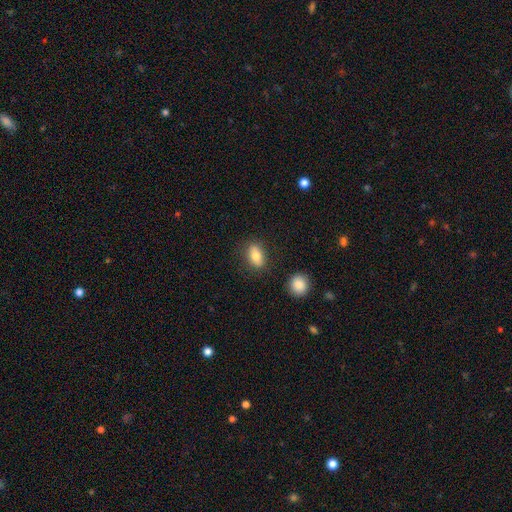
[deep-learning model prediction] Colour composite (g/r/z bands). It shows a smooth galaxy with no disk features (79%) that is in between round and cigar-shaped (83%). Merging: none (80%).